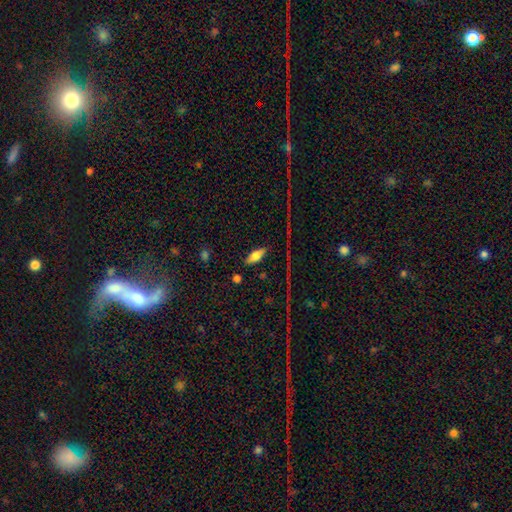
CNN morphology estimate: A smooth galaxy with no disk features (68%) that is in between round and cigar-shaped (75%). Merging: none (85%).